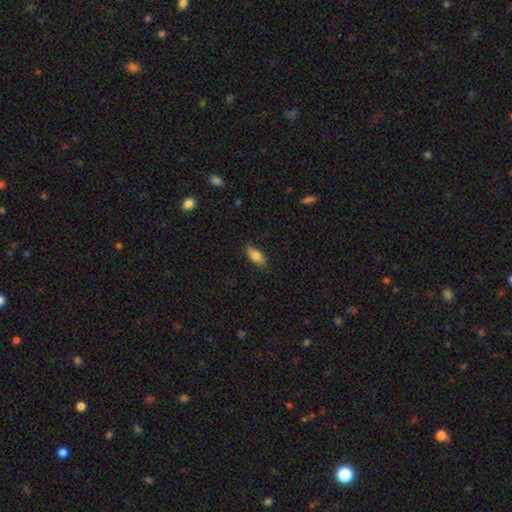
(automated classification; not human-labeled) A smooth galaxy with no disk features (79%) that is in between round and cigar-shaped (83%).

Vote fractions:
- Smooth or featured? smooth: 79% / featured or disk: 14% / star or artifact: 7%
- How rounded? in between: 83% / cigar-shaped: 14% / round: 3%
- Merging? none: 86% / minor disturbance: 11% / major disturbance: 2% / merger: 1%